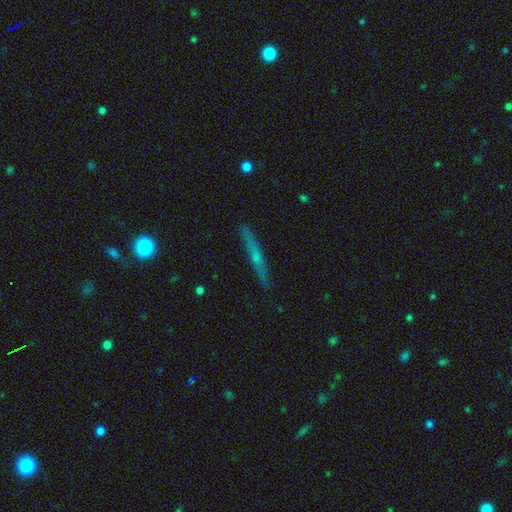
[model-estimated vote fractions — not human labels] Smooth or featured?
  - featured or disk: 60% *
  - smooth: 32%
  - star or artifact: 8%
Edge-on disk?
  - yes: 96% *
  - no: 4%
Edge-on bulge?
  - rounded: 49% *
  - none: 43%
  - boxy: 8%
Merging?
  - none: 89% *
  - minor disturbance: 8%
  - major disturbance: 2%
  - merger: 1%